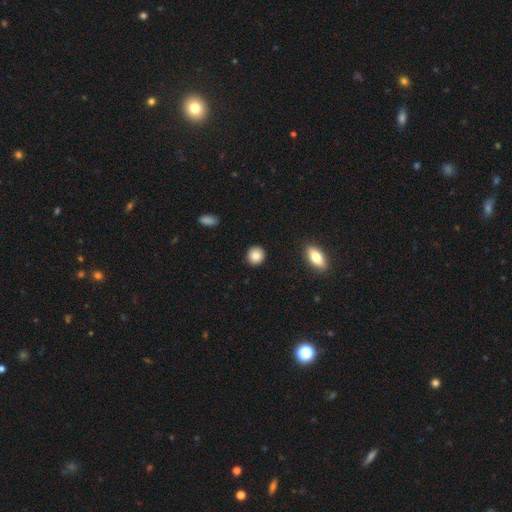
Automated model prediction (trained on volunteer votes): Smooth or featured? smooth (86%)
How rounded? round (84%)
Merging? none (90%)